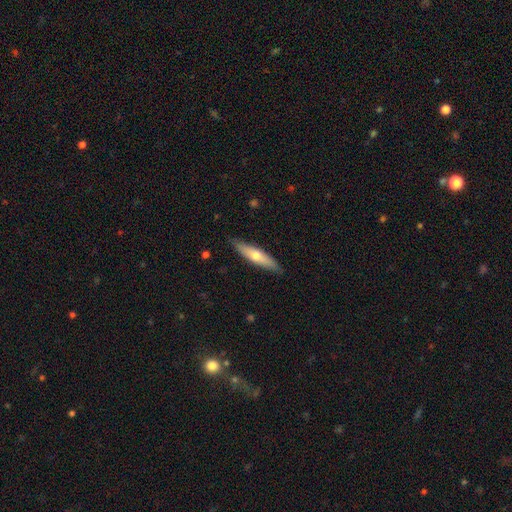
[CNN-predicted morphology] A smooth galaxy with no disk features (54%) that is cigar-shaped (77%).

Vote fractions:
- Smooth or featured? smooth: 54% / featured or disk: 41% / star or artifact: 5%
- How rounded? cigar-shaped: 77% / in between: 21% / round: 2%
- Merging? none: 86% / minor disturbance: 11% / major disturbance: 2% / merger: 1%